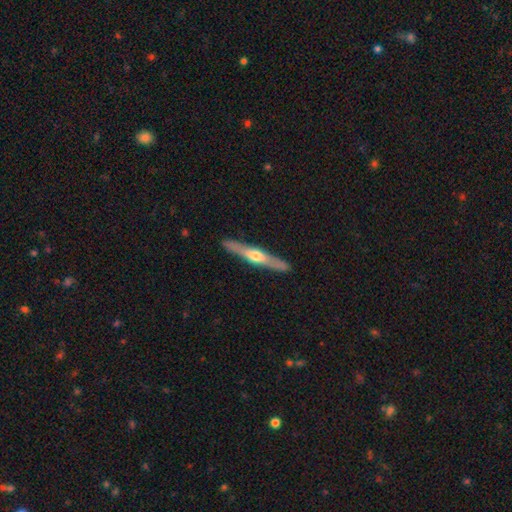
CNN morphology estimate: The model was most divided on "smooth or featured": featured or disk: 68%, smooth: 27%, star or artifact: 5%. More confident: edge-on disk — yes (95%); merging — none (90%); edge-on bulge — rounded (89%).